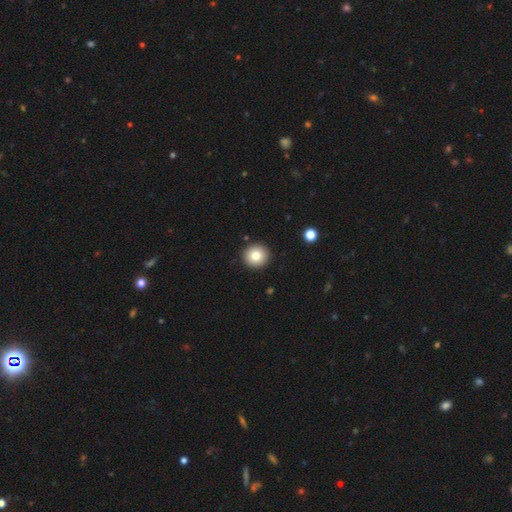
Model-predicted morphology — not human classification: smooth-or-featured: smooth: 80% | featured or disk: 10% | star or artifact: 10%
  how-rounded: round: 94% | in between: 5% | cigar-shaped: 1%
  merging: none: 92% | minor disturbance: 5% | major disturbance: 2% | merger: 1%